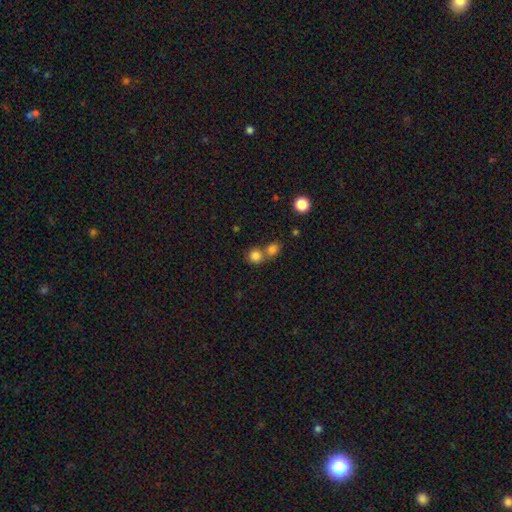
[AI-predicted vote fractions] A smooth galaxy with no disk features (82%) that is round (86%).

Vote fractions:
- Smooth or featured? smooth: 82% / star or artifact: 12% / featured or disk: 6%
- How rounded? round: 86% / in between: 13% / cigar-shaped: 1%
- Merging? none: 51% / merger: 39% / minor disturbance: 7% / major disturbance: 3%